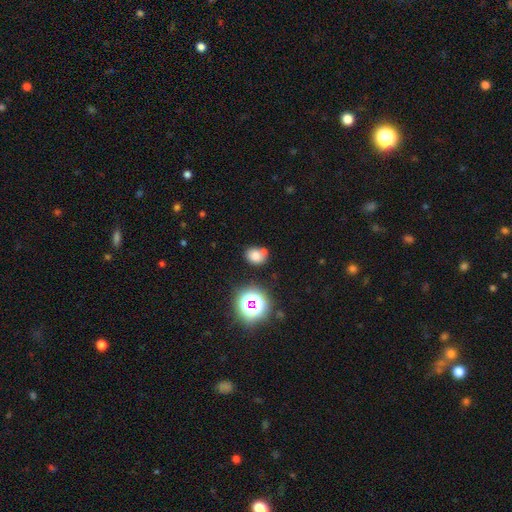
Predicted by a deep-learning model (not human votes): The model was most divided on "how rounded": round: 52%, in between: 47%, cigar-shaped: 1%. More confident: smooth or featured — smooth (72%); merging — none (59%).